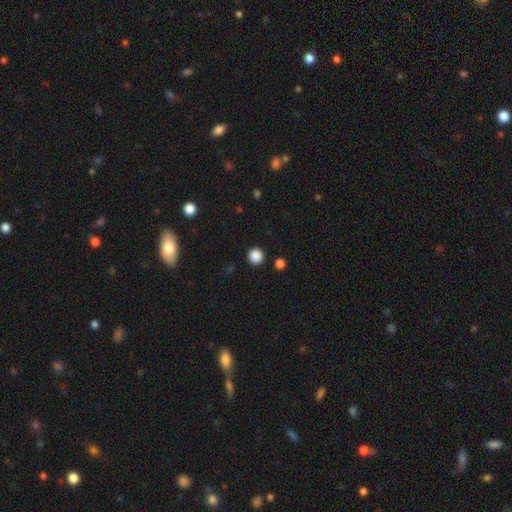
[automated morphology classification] A smooth galaxy with no disk features (86%) that is round (95%). Merging: none (91%).